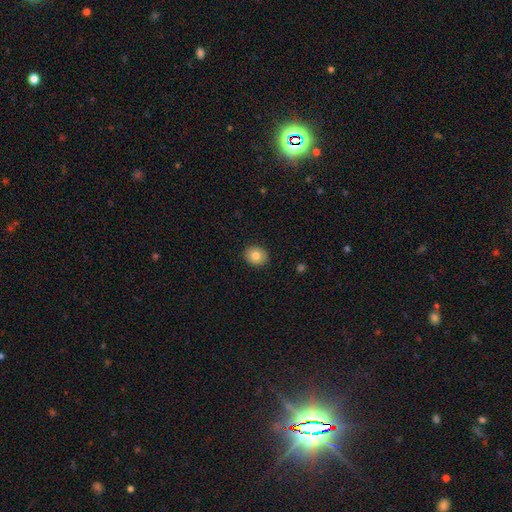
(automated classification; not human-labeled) This appears to be a smooth galaxy with no disk features (80%) that is round (65%). Merging: none (90%).